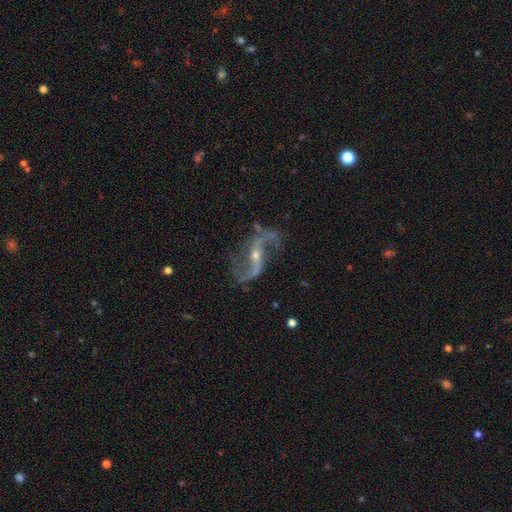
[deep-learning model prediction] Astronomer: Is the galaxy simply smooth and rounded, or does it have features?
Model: featured or disk — 88%.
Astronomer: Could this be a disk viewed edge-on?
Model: no — 95%.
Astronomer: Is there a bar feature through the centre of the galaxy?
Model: weak — 39% (runner-up: strong, 31%).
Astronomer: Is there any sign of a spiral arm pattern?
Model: yes — 95%.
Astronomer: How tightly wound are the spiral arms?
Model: loose — 74%.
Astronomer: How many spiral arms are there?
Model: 2 — 90%.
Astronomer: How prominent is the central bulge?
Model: small — 54% (runner-up: moderate, 41%).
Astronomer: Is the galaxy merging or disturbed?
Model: none — 71%.